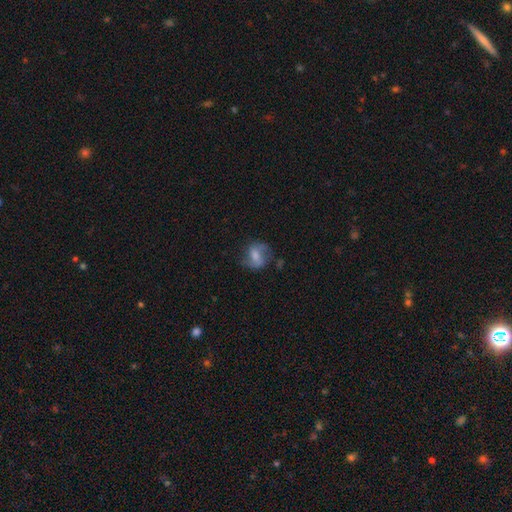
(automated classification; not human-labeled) Smooth or featured? Predicted: featured or disk (p=0.52). Edge-on disk? Predicted: no (p=0.96). Bar? Predicted: weak (p=0.42). Spiral arms? Predicted: yes (p=0.80). Bulge size? Predicted: moderate (p=0.40). Merging? Predicted: none (p=0.61).